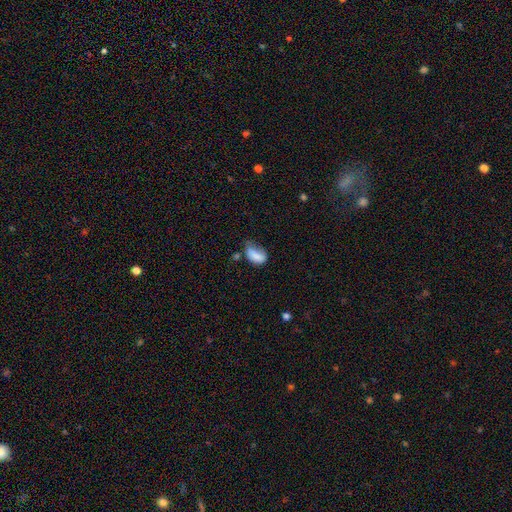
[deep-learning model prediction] Smooth or featured?
  - smooth: 79% *
  - featured or disk: 13%
  - star or artifact: 9%
How rounded?
  - in between: 90% *
  - round: 8%
  - cigar-shaped: 3%
Merging?
  - minor disturbance: 37% *
  - none: 28%
  - major disturbance: 27%
  - merger: 8%